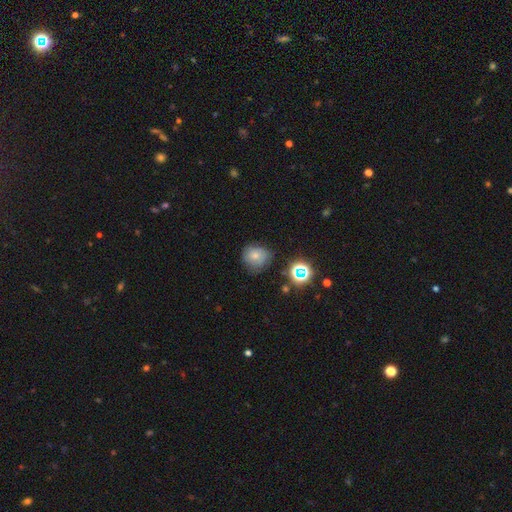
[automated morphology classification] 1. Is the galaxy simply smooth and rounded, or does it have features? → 62% smooth, 21% featured or disk, 17% star or artifact.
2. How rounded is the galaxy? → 77% round, 22% in between, 1% cigar-shaped.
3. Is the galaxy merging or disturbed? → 64% none, 26% minor disturbance, 8% major disturbance, 3% merger.